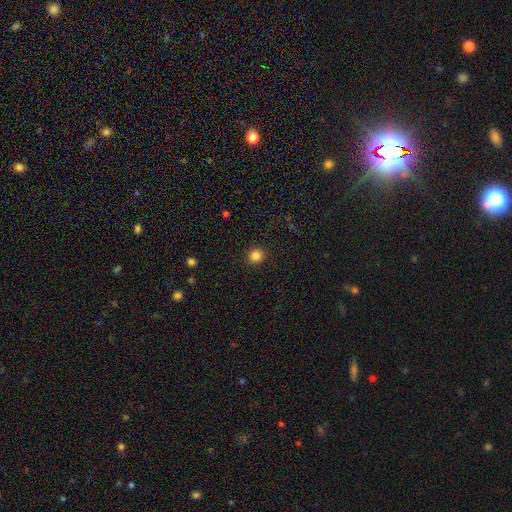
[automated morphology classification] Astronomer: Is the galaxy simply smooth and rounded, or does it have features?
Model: smooth — 85%.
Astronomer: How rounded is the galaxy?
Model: round — 86%.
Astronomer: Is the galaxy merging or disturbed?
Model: none — 91%.